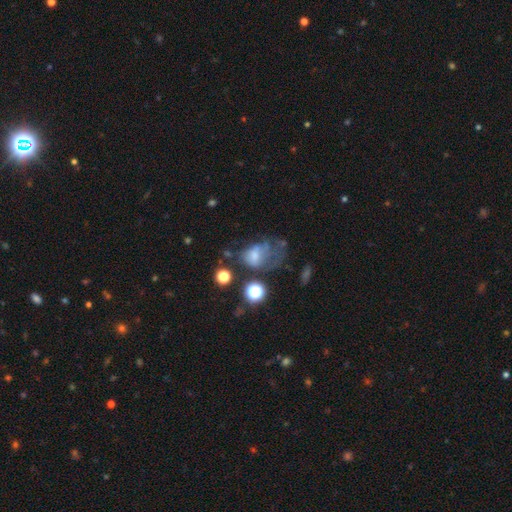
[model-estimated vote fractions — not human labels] Smooth or featured: smooth — 46% (featured or disk — 35%)
Merging: major disturbance — 45% (none — 22%)